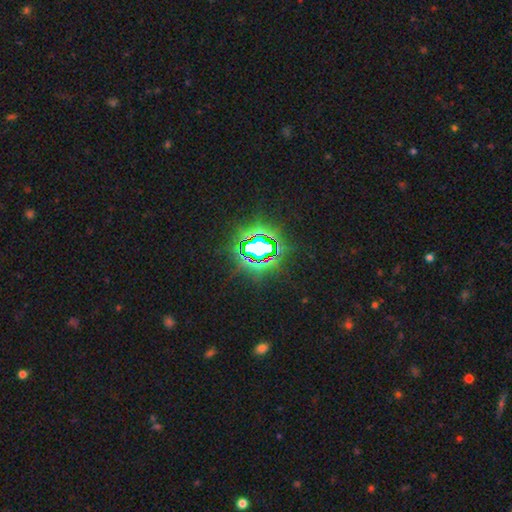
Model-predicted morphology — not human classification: type=star or artifact (85%).